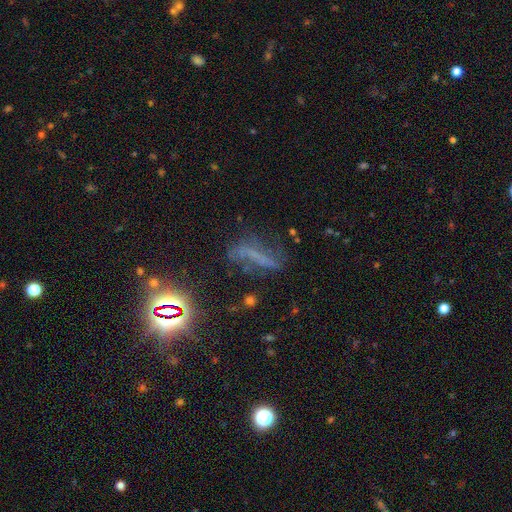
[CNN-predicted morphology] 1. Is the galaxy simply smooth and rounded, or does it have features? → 37% featured or disk, 36% star or artifact, 27% smooth.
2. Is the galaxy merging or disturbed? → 53% none, 22% minor disturbance, 20% major disturbance, 6% merger.